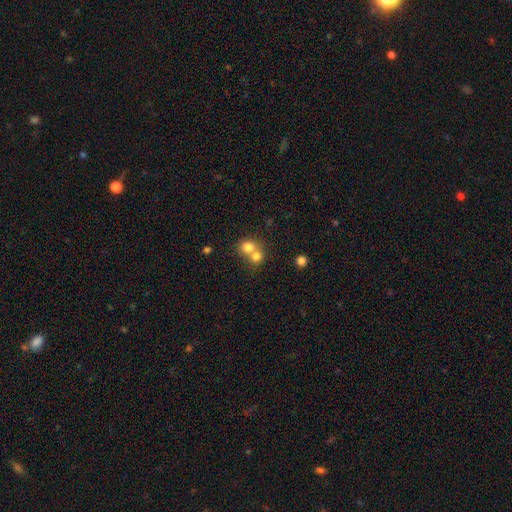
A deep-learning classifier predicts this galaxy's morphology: A smooth galaxy with no disk features (76%) that is round (80%). Merging: merger (61%).